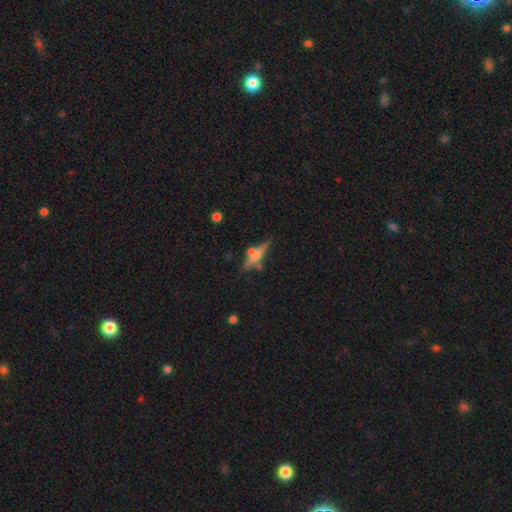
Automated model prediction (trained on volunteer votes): smooth_or_featured: featured or disk (p=0.50) [alt: smooth p=0.39]
merging: none (p=0.59) [alt: merger p=0.19]